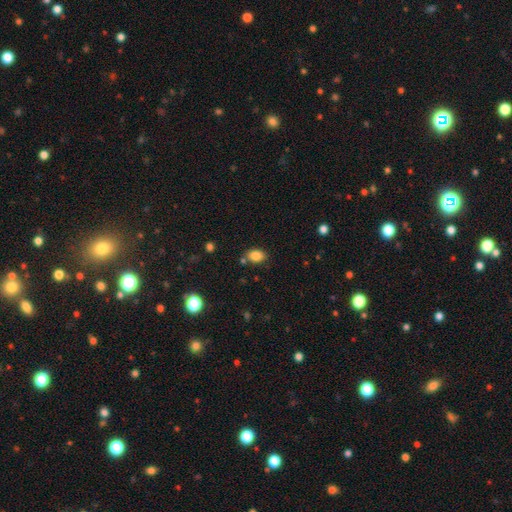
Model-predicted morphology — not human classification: A smooth galaxy with no disk features (83%) that is in between round and cigar-shaped (72%).

Vote fractions:
- Smooth or featured? smooth: 83% / star or artifact: 10% / featured or disk: 6%
- How rounded? in between: 72% / round: 27% / cigar-shaped: 1%
- Merging? none: 75% / minor disturbance: 14% / merger: 8% / major disturbance: 3%